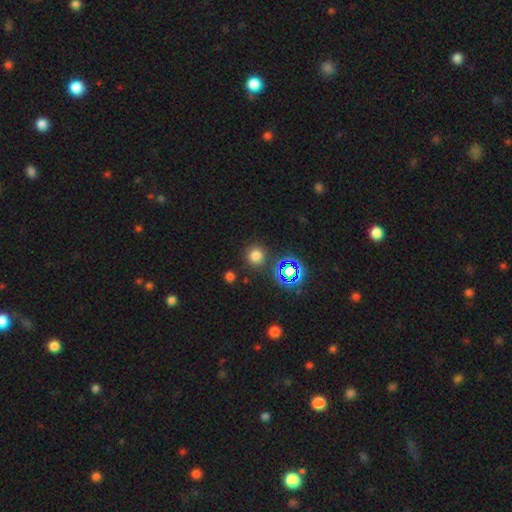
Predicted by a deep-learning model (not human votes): Smooth or featured: smooth — 71% (star or artifact — 23%)
How rounded: round — 92% (in between — 7%)
Merging: none — 86% (minor disturbance — 7%)